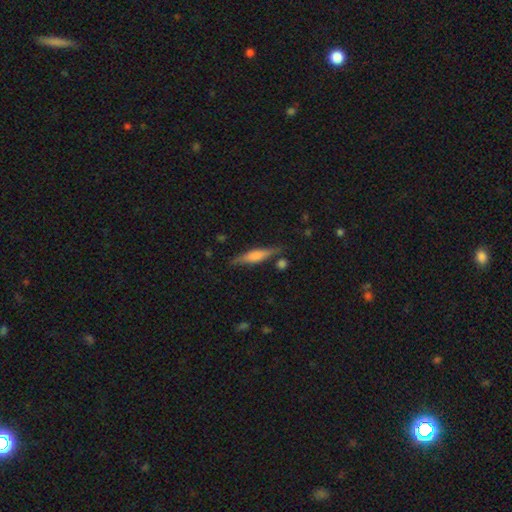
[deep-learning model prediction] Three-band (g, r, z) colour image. It shows a featured or disk galaxy (50%). Merging: none (80%).